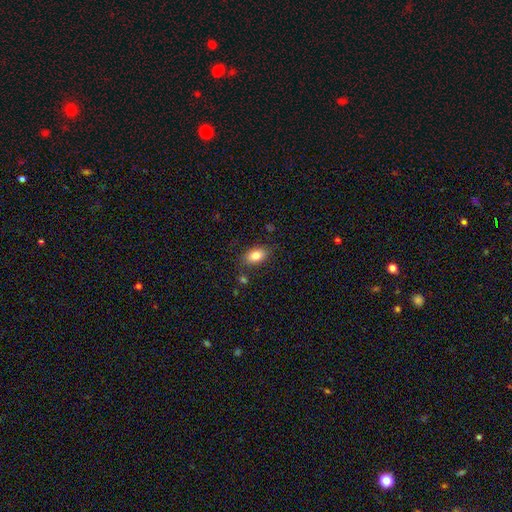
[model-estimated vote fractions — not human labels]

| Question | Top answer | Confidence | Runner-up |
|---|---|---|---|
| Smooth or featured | smooth | 83% | featured or disk (9%) |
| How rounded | in between | 87% | round (11%) |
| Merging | none | 80% | minor disturbance (13%) |